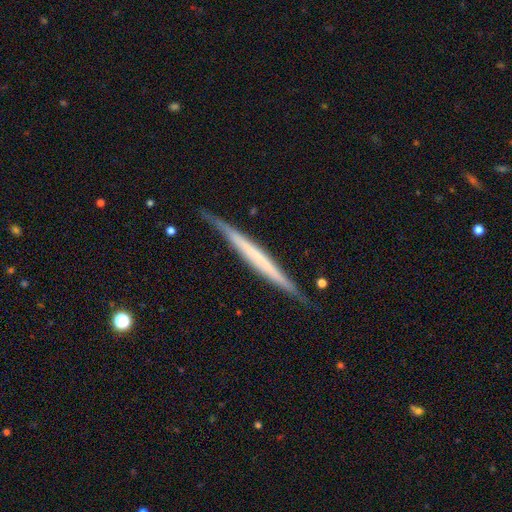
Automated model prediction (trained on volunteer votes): A featured or disk galaxy (61%) viewed edge-on (97%) with no central bulge (82%). Merging: none (84%).